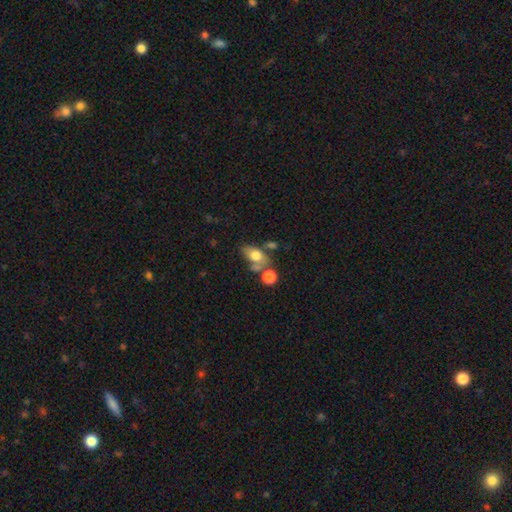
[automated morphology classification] A smooth galaxy with no disk features (69%) that is in between round and cigar-shaped (81%). Merging: none (41%).